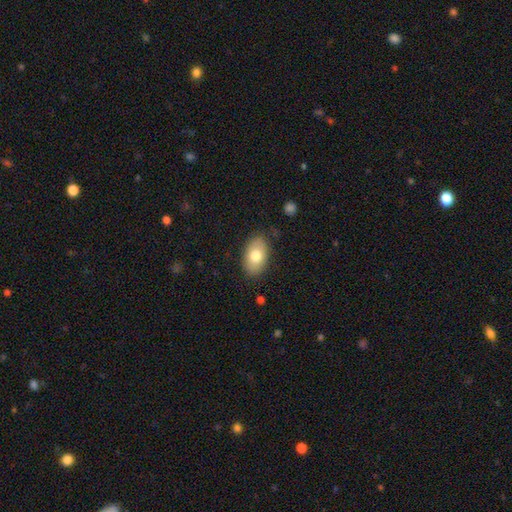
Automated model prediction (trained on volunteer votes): A smooth galaxy with no disk features (76%) that is in between round and cigar-shaped (91%). Merging: none (84%).